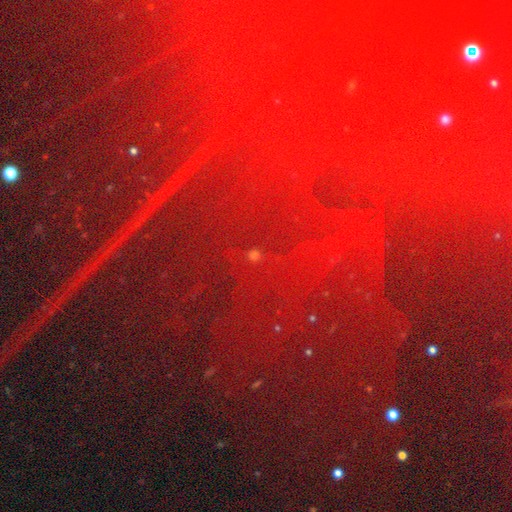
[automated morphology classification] Q: Smooth or featured?
A: star or artifact (87%); runner-up: featured or disk (7%)